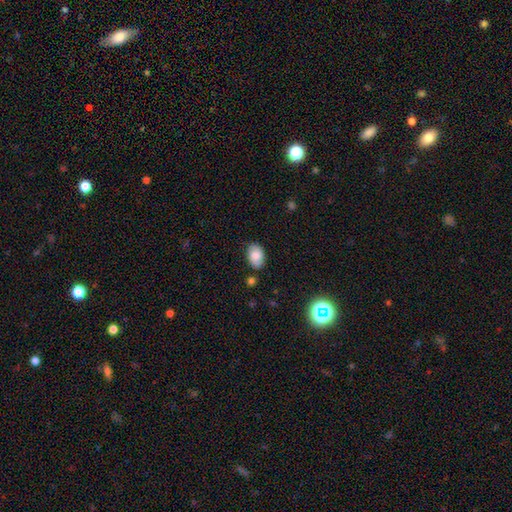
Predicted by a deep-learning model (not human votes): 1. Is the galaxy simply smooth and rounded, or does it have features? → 77% smooth, 15% featured or disk, 8% star or artifact.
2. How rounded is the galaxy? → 87% in between, 12% round, 1% cigar-shaped.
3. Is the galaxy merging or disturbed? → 80% none, 15% minor disturbance, 3% major disturbance, 3% merger.